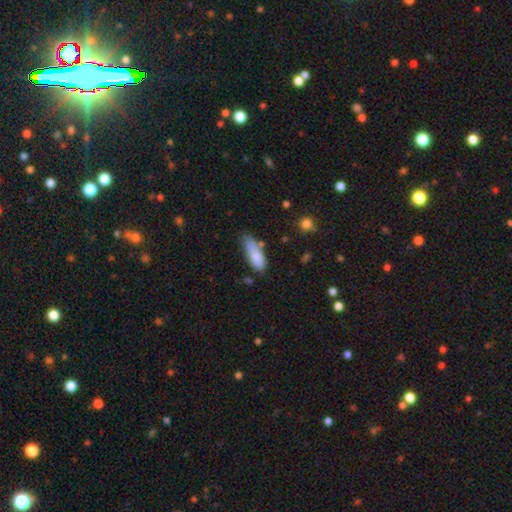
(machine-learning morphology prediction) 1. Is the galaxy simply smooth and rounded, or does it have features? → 81% smooth, 12% featured or disk, 7% star or artifact.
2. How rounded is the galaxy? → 69% in between, 29% cigar-shaped, 2% round.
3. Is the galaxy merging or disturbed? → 46% none, 34% minor disturbance, 10% major disturbance, 10% merger.